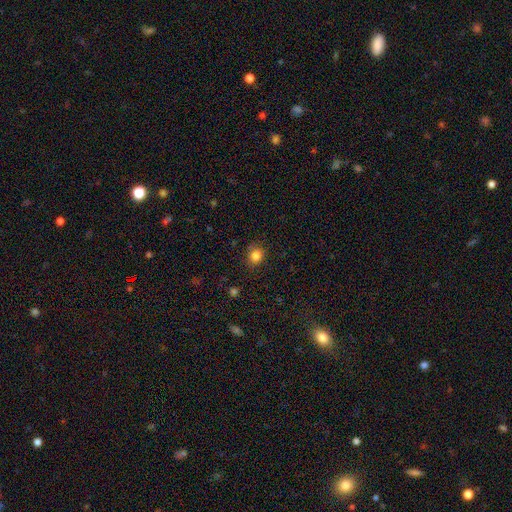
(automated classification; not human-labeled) Smooth or featured? smooth (84%)
How rounded? round (76%)
Merging? none (84%)